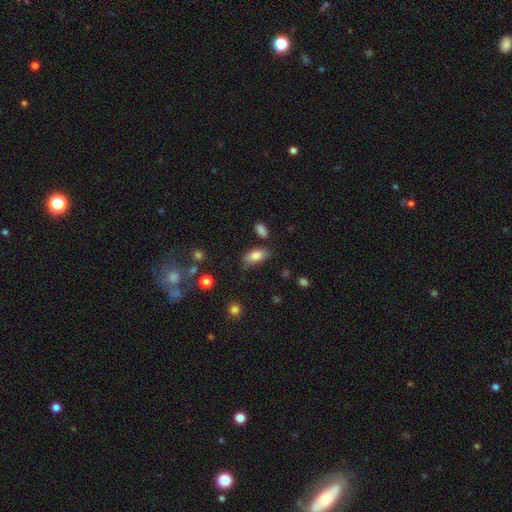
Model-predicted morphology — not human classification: The model was most divided on "merging": none: 73%, minor disturbance: 17%, merger: 5%, major disturbance: 4%. More confident: how rounded — in between (89%); smooth or featured — smooth (82%).